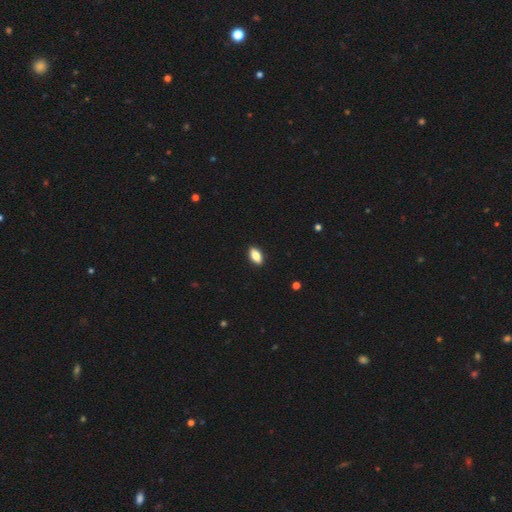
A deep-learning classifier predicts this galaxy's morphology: Smooth or featured: smooth — 82% (featured or disk — 10%)
How rounded: in between — 89% (cigar-shaped — 8%)
Merging: none — 90% (minor disturbance — 8%)